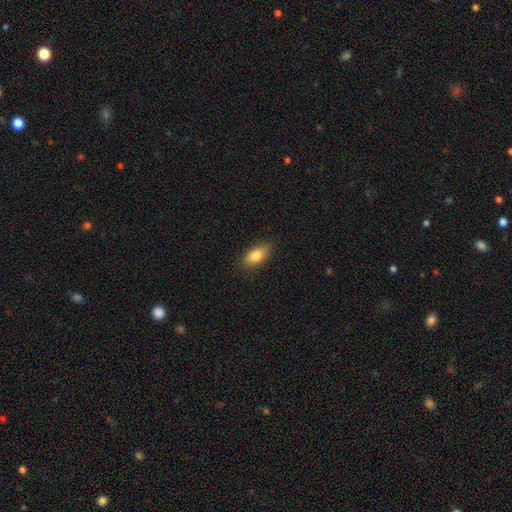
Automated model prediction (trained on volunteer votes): Overall: smooth (81%). How rounded: in between (87%). Merging: none (85%).